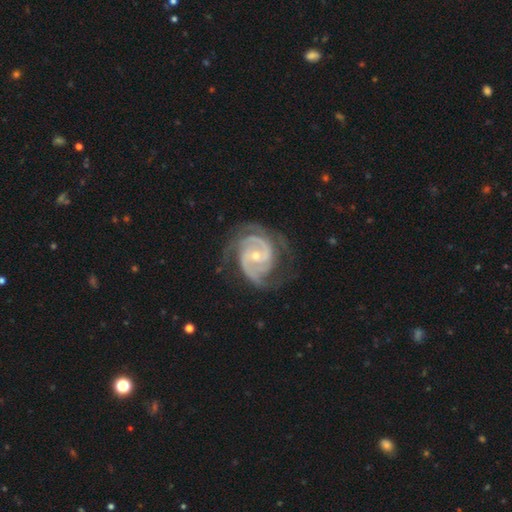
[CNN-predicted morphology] type=featured or disk (93%); edge-on=no (98%); bar=no (49%); spiral arms=yes (98%); winding=tight (55%); arm count=2 (59%); bulge=small (57%); merging=none (69%).